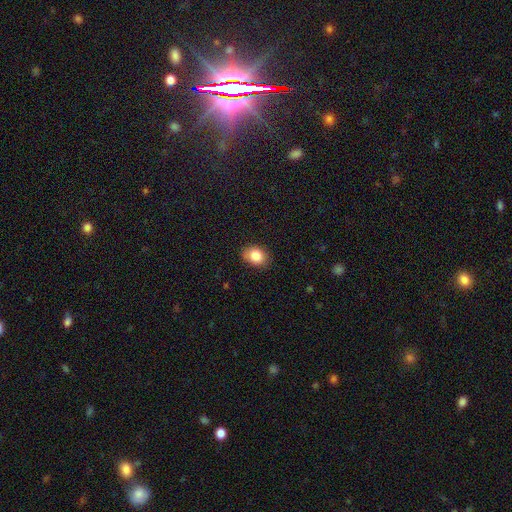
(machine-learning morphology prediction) smooth_or_featured: smooth (p=0.86) [alt: star or artifact p=0.08]
how_rounded: in between (p=0.67) [alt: round p=0.32]
merging: none (p=0.82) [alt: minor disturbance p=0.14]